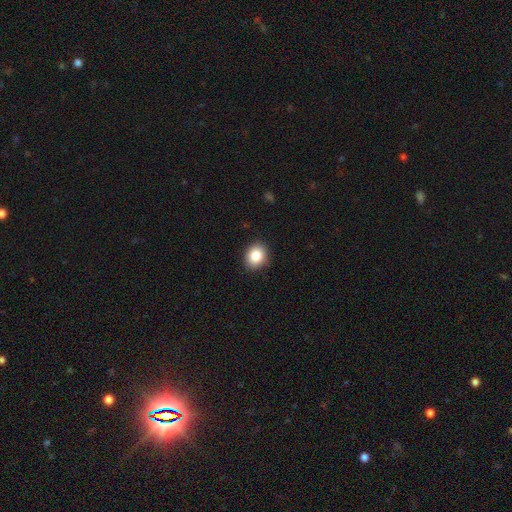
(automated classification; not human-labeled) Smooth or featured: smooth — 86% (star or artifact — 9%)
How rounded: round — 56% (in between — 43%)
Merging: none — 88% (minor disturbance — 9%)